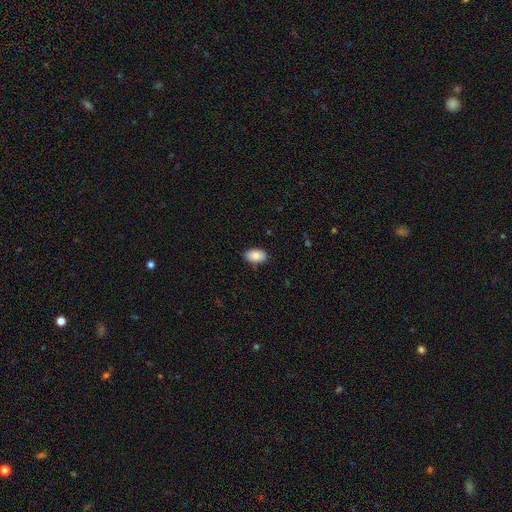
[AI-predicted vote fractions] Smooth or featured: smooth — 87% (star or artifact — 7%)
How rounded: in between — 91% (round — 8%)
Merging: none — 85% (minor disturbance — 12%)